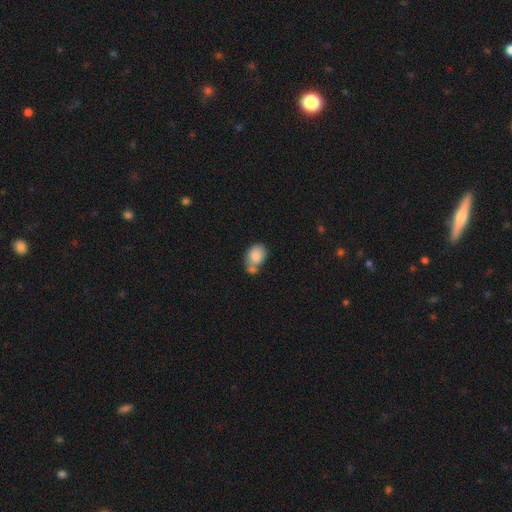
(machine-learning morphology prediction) This is clearly a smooth galaxy (83%). How rounded: likely in between (70%). Merging: marginally none (39%).